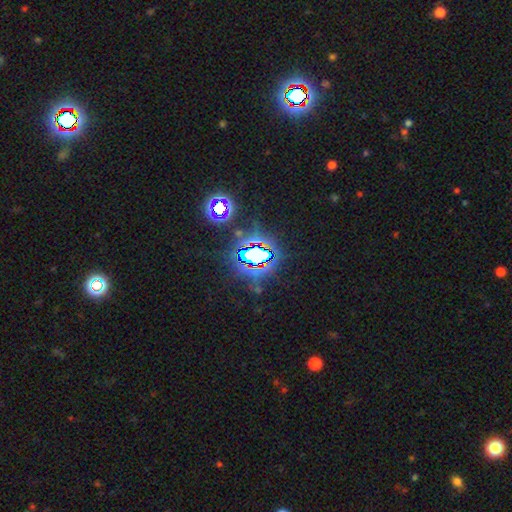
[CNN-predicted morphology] The model was most divided on "smooth or featured": star or artifact: 72%, smooth: 16%, featured or disk: 12%.